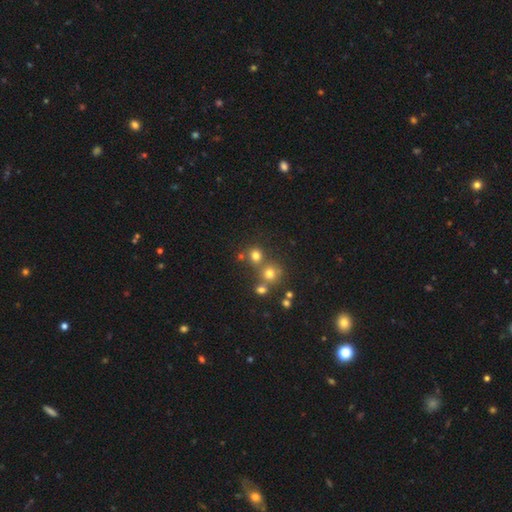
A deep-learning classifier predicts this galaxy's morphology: Smooth or featured: smooth — 71% (star or artifact — 20%)
How rounded: round — 85% (in between — 14%)
Merging: none — 60% (merger — 28%)